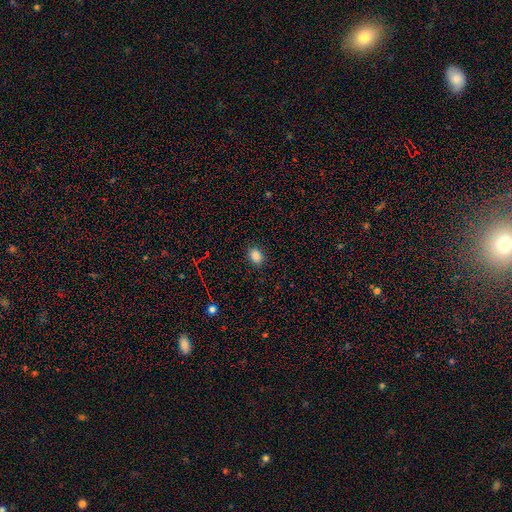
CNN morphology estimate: Smooth or featured? smooth (84%)
How rounded? in between (72%)
Merging? none (88%)